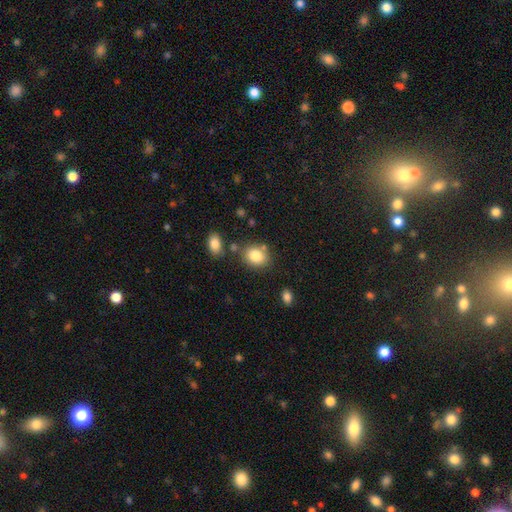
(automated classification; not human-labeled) This is clearly a smooth galaxy (83%). How rounded: possibly in between (50%). Merging: likely none (72%).